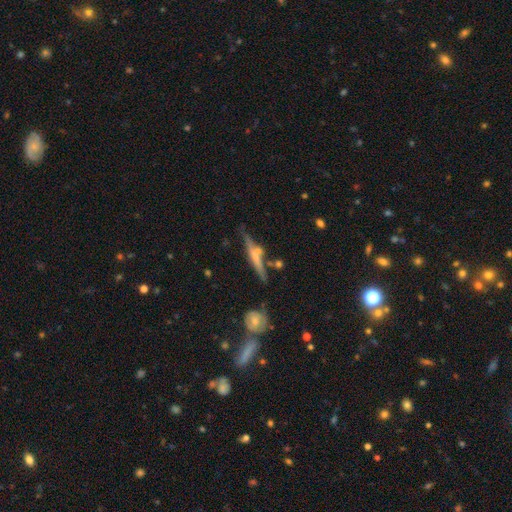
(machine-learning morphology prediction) A featured or disk galaxy (63%) viewed edge-on (93%) with a rounded central bulge (51%). Merging: none (67%).